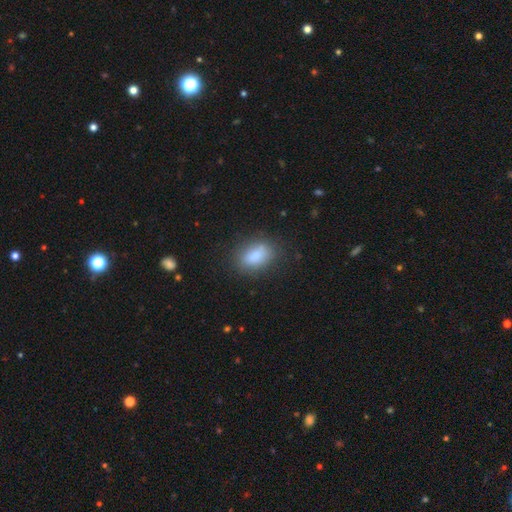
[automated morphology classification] type=smooth (84%); roundness=in between (85%); merging=none (74%).